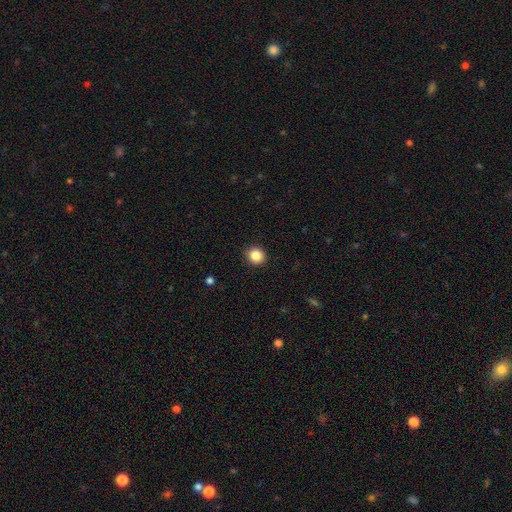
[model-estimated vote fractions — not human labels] A smooth galaxy with no disk features (86%) that is round (86%).

Vote fractions:
- Smooth or featured? smooth: 86% / star or artifact: 10% / featured or disk: 4%
- How rounded? round: 86% / in between: 13% / cigar-shaped: 1%
- Merging? none: 92% / minor disturbance: 6% / major disturbance: 2% / merger: 1%